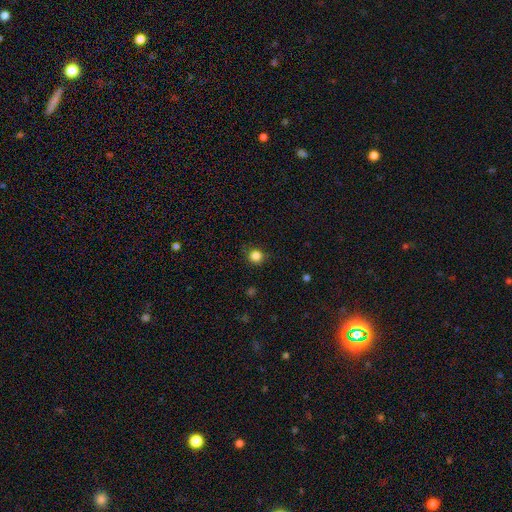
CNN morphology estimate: Smooth or featured?
  - smooth: 84% *
  - star or artifact: 12%
  - featured or disk: 4%
How rounded?
  - round: 92% *
  - in between: 7%
  - cigar-shaped: 1%
Merging?
  - none: 86% *
  - minor disturbance: 10%
  - major disturbance: 3%
  - merger: 1%